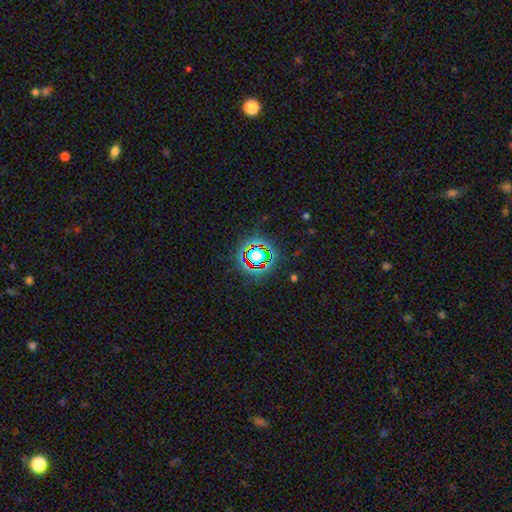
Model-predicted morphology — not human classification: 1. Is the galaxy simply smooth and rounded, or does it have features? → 68% star or artifact, 20% smooth, 12% featured or disk.